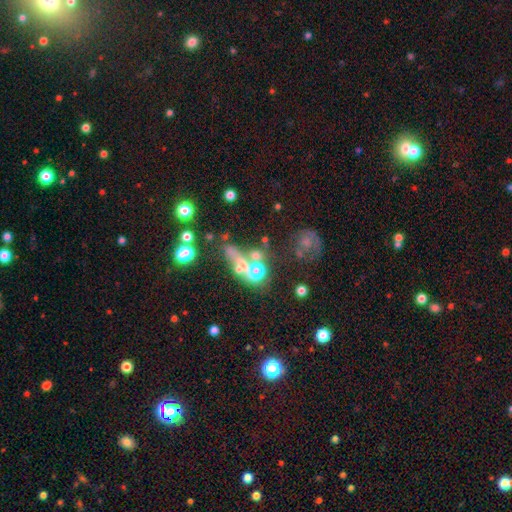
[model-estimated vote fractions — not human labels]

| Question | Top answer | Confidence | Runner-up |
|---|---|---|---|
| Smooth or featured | smooth | 45% | star or artifact (31%) |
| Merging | none | 40% | merger (36%) |